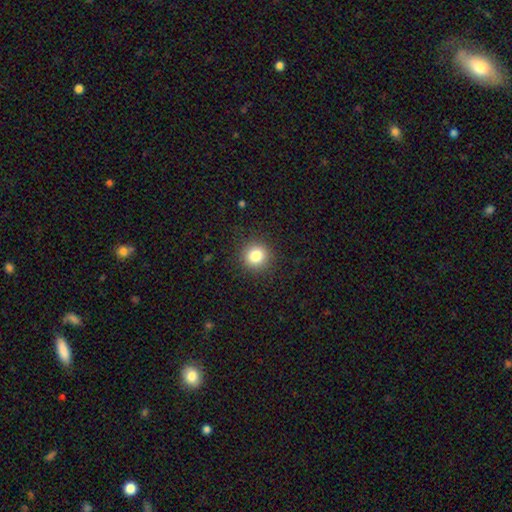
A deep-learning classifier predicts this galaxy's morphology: smooth-or-featured: smooth: 83% | star or artifact: 11% | featured or disk: 6%
  how-rounded: round: 91% | in between: 8% | cigar-shaped: 1%
  merging: none: 90% | minor disturbance: 6% | major disturbance: 2% | merger: 1%